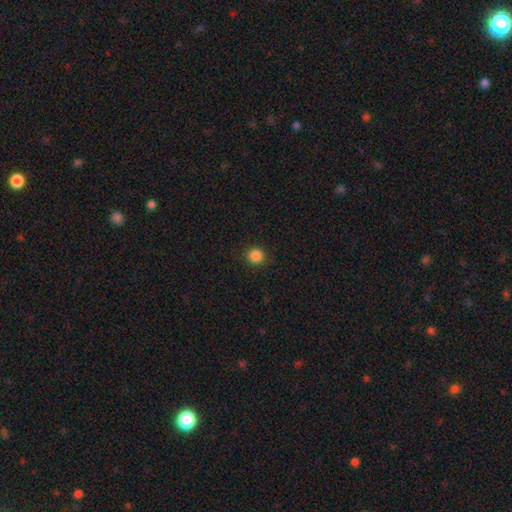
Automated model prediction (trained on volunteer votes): Overall: smooth (86%). How rounded: round (94%). Merging: none (91%).